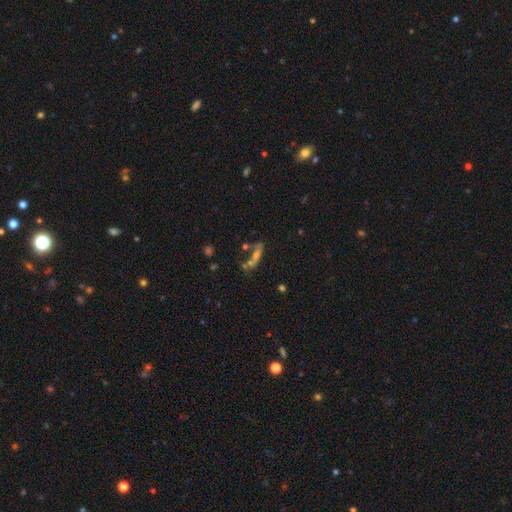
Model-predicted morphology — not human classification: The model was most divided on "smooth or featured": featured or disk: 41%, smooth: 36%, star or artifact: 22%. Remaining: merging — none (42%).